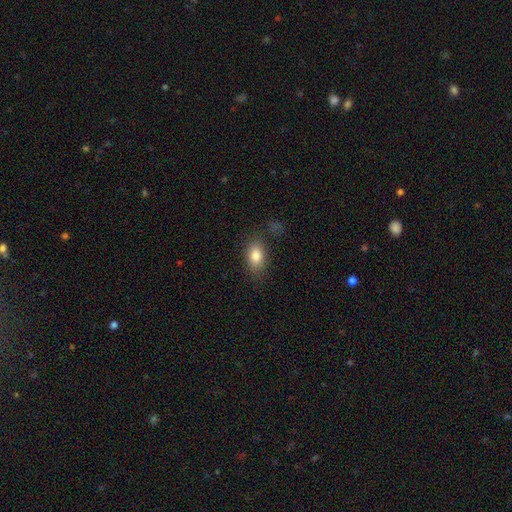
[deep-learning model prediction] Smooth or featured: smooth — 83% (featured or disk — 9%)
How rounded: in between — 85% (round — 13%)
Merging: none — 77% (minor disturbance — 14%)